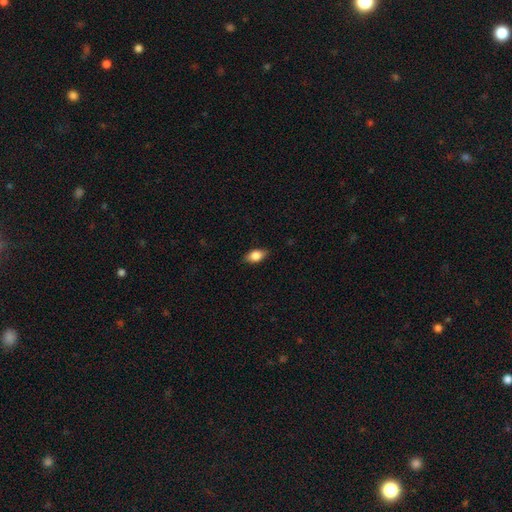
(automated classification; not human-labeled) smooth 81%, featured or disk 12%, star or artifact 7%. Down the decision tree: how rounded — in between (87%); merging — none (85%).